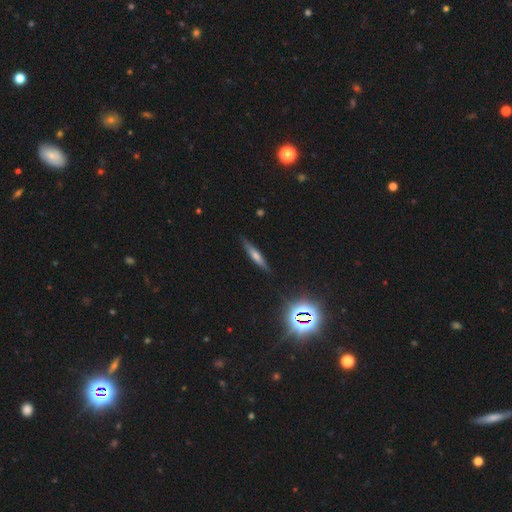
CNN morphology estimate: This appears to be a smooth galaxy with no disk features (42%). Merging: none (87%).